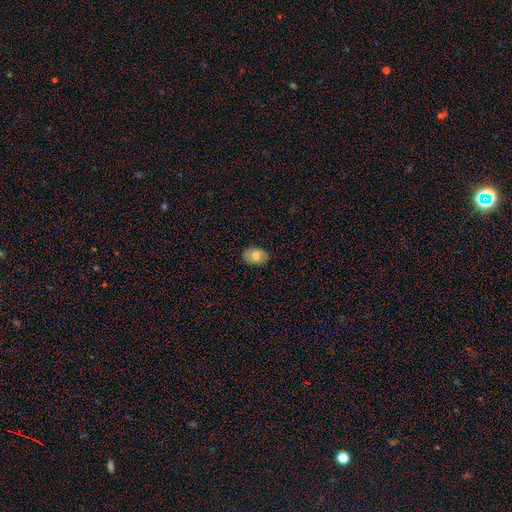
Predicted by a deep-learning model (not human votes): smooth_or_featured: smooth (p=0.70) [alt: featured or disk p=0.22]
how_rounded: in between (p=0.81) [alt: round p=0.18]
merging: none (p=0.85) [alt: minor disturbance p=0.12]